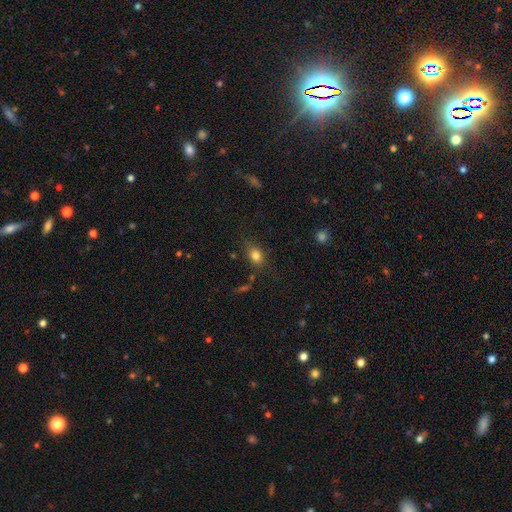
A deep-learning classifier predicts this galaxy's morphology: This appears to be a smooth galaxy with no disk features (81%) that is in between round and cigar-shaped (63%). Merging: none (74%).